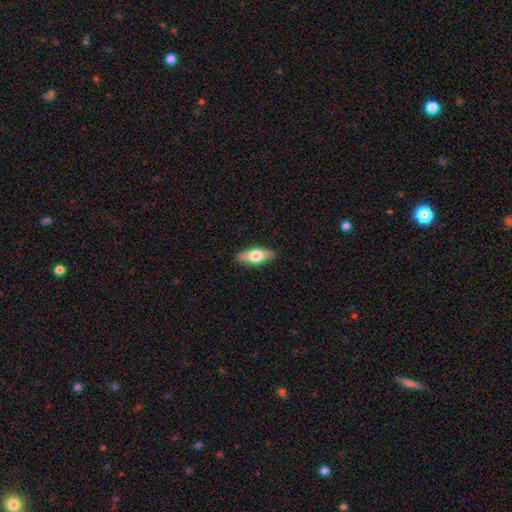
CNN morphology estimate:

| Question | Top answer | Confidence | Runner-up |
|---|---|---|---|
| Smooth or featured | smooth | 71% | featured or disk (23%) |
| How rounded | in between | 82% | cigar-shaped (15%) |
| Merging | none | 89% | minor disturbance (8%) |